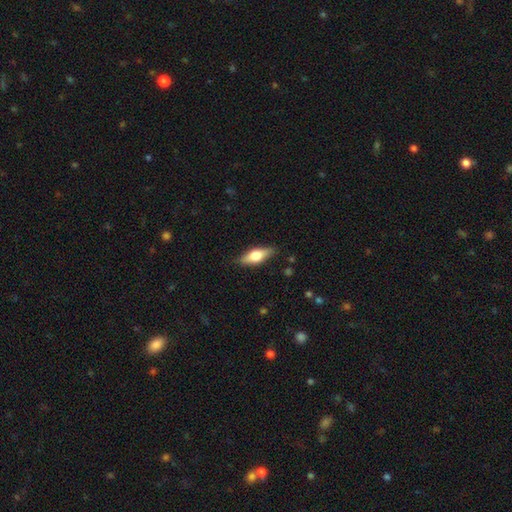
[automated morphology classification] A smooth galaxy with no disk features (55%) that is in between round and cigar-shaped (65%).

Vote fractions:
- Smooth or featured? smooth: 55% / featured or disk: 38% / star or artifact: 6%
- How rounded? in between: 65% / cigar-shaped: 31% / round: 4%
- Merging? none: 85% / minor disturbance: 12% / major disturbance: 2% / merger: 1%